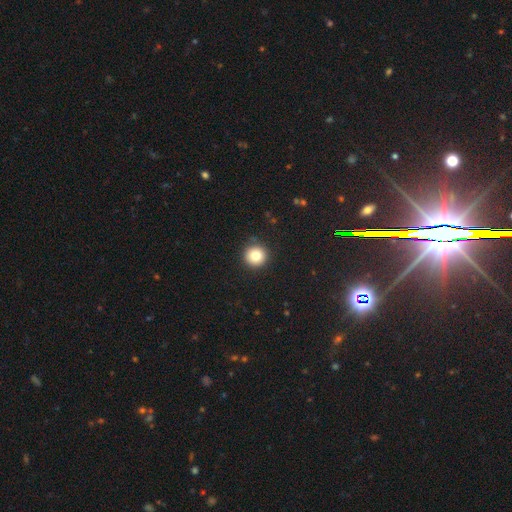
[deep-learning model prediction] smooth-or-featured: smooth: 81% | star or artifact: 11% | featured or disk: 8%
  how-rounded: round: 96% | in between: 3% | cigar-shaped: 1%
  merging: none: 91% | minor disturbance: 6% | major disturbance: 2% | merger: 1%